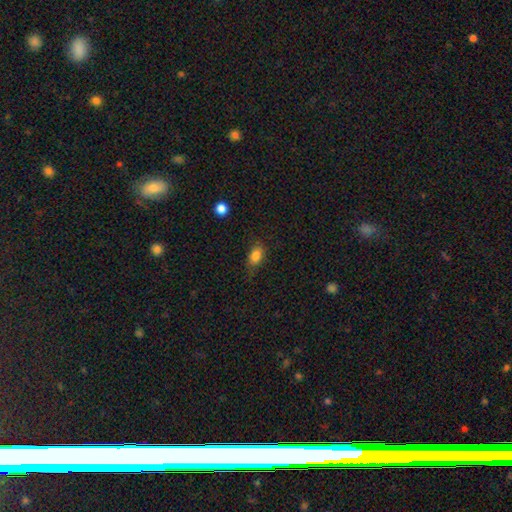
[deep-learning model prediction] smooth-or-featured: smooth: 84% | star or artifact: 10% | featured or disk: 6%
  how-rounded: in between: 79% | round: 19% | cigar-shaped: 3%
  merging: none: 74% | minor disturbance: 20% | major disturbance: 5% | merger: 1%